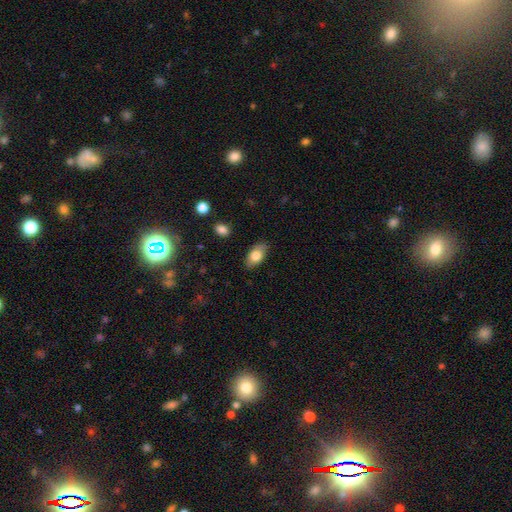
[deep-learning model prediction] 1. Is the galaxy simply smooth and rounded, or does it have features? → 80% smooth, 13% featured or disk, 7% star or artifact.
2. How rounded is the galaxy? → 92% in between, 5% round, 3% cigar-shaped.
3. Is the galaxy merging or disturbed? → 84% none, 13% minor disturbance, 3% major disturbance, 1% merger.